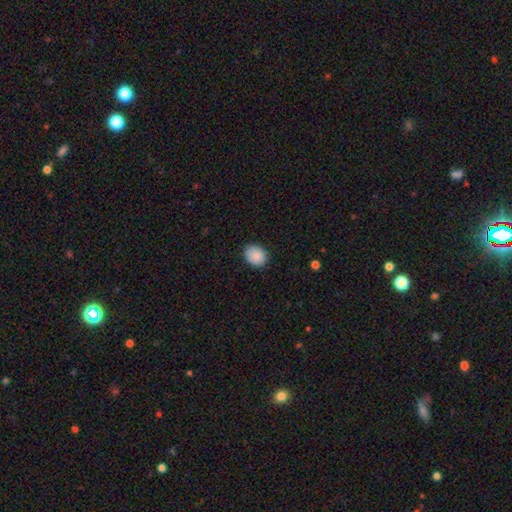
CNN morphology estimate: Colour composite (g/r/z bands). It shows a smooth galaxy with no disk features (88%) that is round (57%). Merging: none (86%).